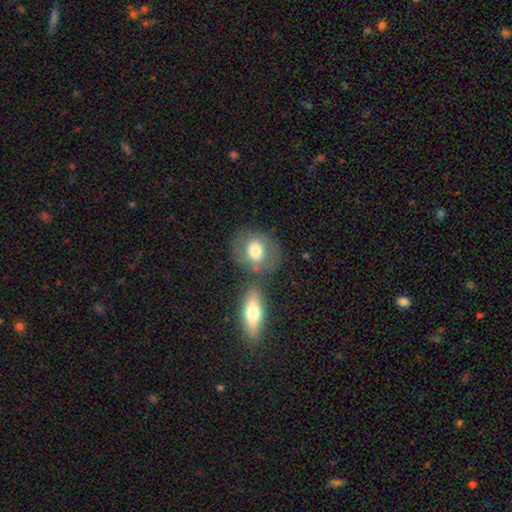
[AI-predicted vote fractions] Smooth or featured? Predicted: smooth (p=0.61). How rounded? Predicted: in between (p=0.51). Merging? Predicted: none (p=0.61).